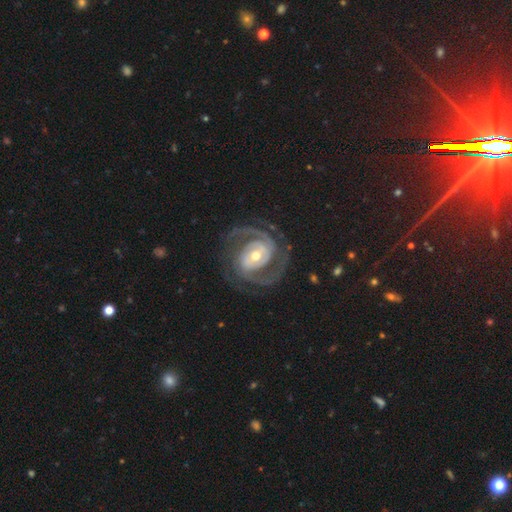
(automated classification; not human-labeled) smooth-or-featured: featured or disk: 92% | smooth: 4% | star or artifact: 4%
  disk-edge-on: no: 98% | yes: 2%
    bar: no: 40% | weak: 36% | strong: 24%
    has-spiral-arms: yes: 98% | no: 2%
      spiral-winding: tight: 50% | medium: 41% | loose: 9%
      spiral-arm-count: 2: 68% | 3: 16% | can't tell: 6% | 4: 4% | 1: 3% | more than 4: 3%
    bulge-size: moderate: 67% | small: 24% | large: 7% | dominant: 1% | none: 1%
  merging: none: 77% | minor disturbance: 13% | major disturbance: 8% | merger: 1%